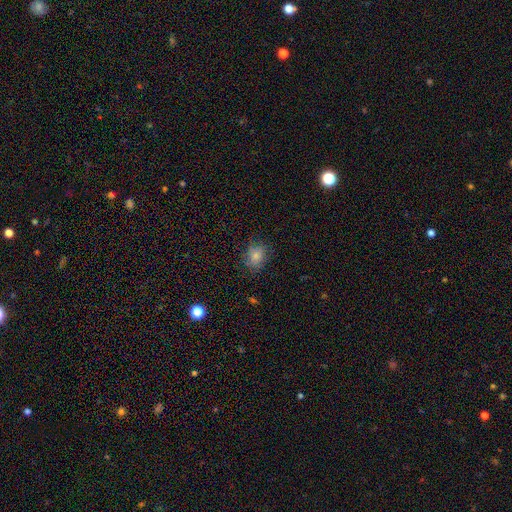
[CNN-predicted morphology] A smooth galaxy with no disk features (79%) that is round (51%).

Vote fractions:
- Smooth or featured? smooth: 79% / star or artifact: 11% / featured or disk: 10%
- How rounded? round: 51% / in between: 47% / cigar-shaped: 1%
- Merging? none: 76% / minor disturbance: 18% / major disturbance: 5% / merger: 1%